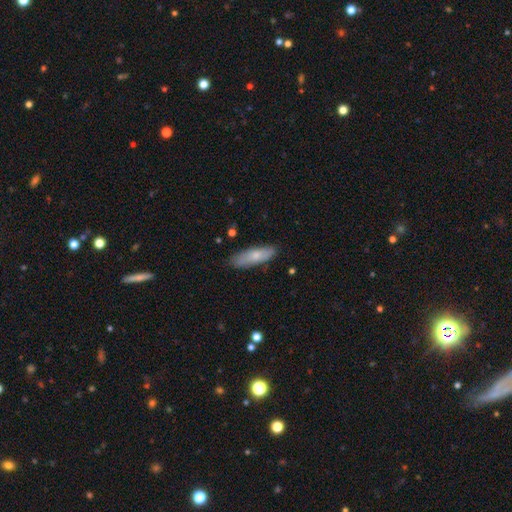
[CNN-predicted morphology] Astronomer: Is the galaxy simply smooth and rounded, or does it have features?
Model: smooth — 71%.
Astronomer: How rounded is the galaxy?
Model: cigar-shaped — 51% (runner-up: in between, 47%).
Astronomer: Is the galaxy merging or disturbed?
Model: none — 82%.